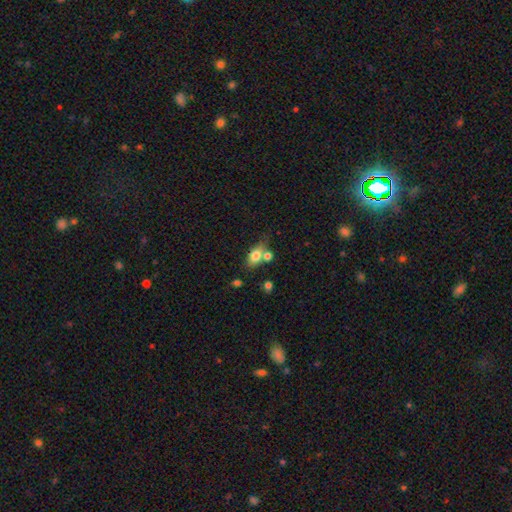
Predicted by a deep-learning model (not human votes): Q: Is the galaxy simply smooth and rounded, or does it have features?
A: smooth — 76%.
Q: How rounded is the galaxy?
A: in between — 80%.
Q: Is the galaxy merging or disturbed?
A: none — 45%.